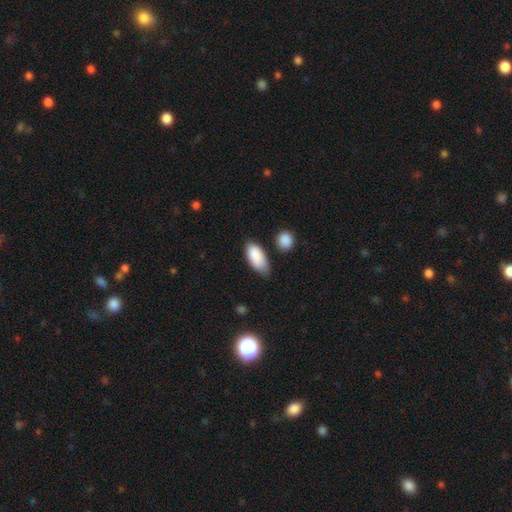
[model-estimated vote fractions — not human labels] smooth-or-featured: smooth: 88% | star or artifact: 6% | featured or disk: 6%
  how-rounded: in between: 89% | cigar-shaped: 9% | round: 2%
  merging: none: 59% | minor disturbance: 30% | major disturbance: 6% | merger: 5%